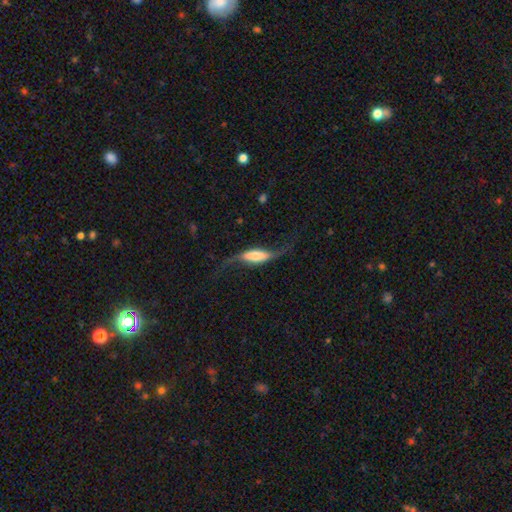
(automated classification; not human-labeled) Overall: featured or disk (71%). Edge-on disk: no (71%). Bar: strong (40%; no 31%). Spiral arms: yes (91%). Bulge size: large (27%; moderate 20%). Merging: none (59%; major disturbance 20%).